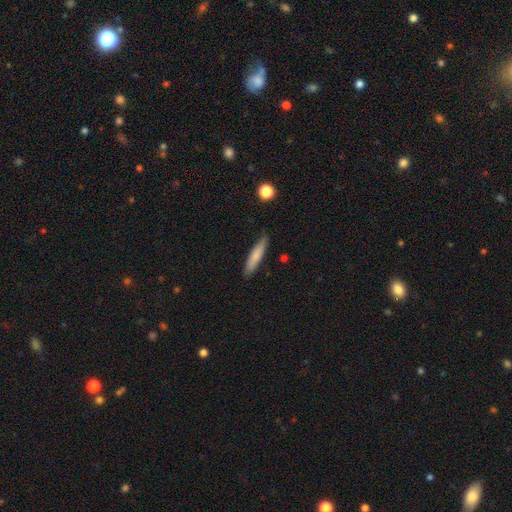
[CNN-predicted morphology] This is likely a smooth galaxy (76%). How rounded: clearly cigar-shaped (87%). Merging: clearly none (86%).